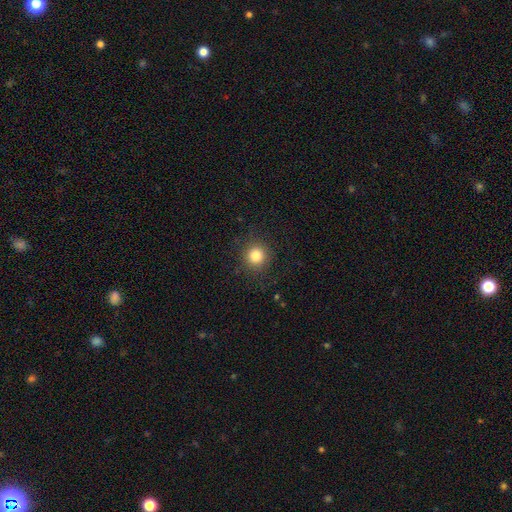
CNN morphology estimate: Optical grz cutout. It shows a smooth galaxy with no disk features (82%) that is round (93%). Merging: none (89%).